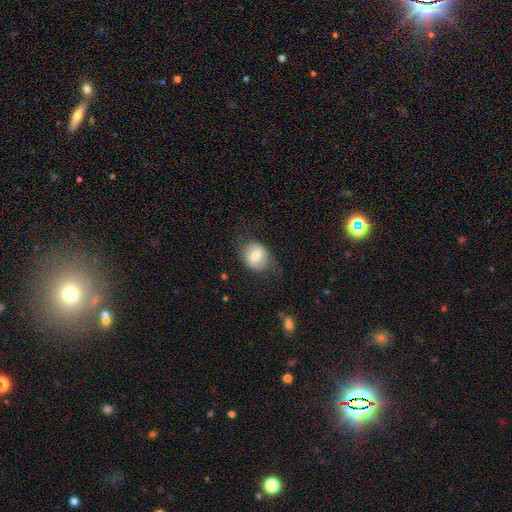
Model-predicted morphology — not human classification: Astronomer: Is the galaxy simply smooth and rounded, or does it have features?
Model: smooth — 70%.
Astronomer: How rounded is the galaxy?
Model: round — 59% (runner-up: in between, 40%).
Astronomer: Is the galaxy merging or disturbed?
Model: none — 69%.